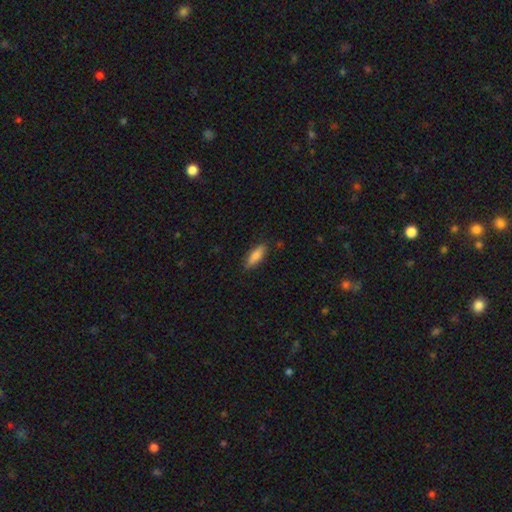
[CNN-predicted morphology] The model was most divided on "how rounded": in between: 54%, cigar-shaped: 44%, round: 2%. More confident: merging — none (84%); smooth or featured — smooth (78%).